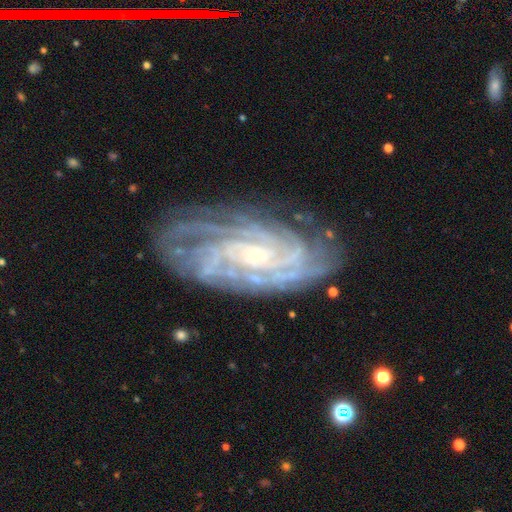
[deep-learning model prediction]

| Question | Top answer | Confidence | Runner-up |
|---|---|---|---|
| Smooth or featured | featured or disk | 90% | star or artifact (5%) |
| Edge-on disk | no | 95% | yes (5%) |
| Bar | no | 61% | weak (29%) |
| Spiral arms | yes | 98% | no (2%) |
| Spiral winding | tight | 76% | medium (20%) |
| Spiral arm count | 4 | 26% | can't tell (22%) |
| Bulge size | small | 72% | moderate (22%) |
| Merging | none | 77% | minor disturbance (16%) |